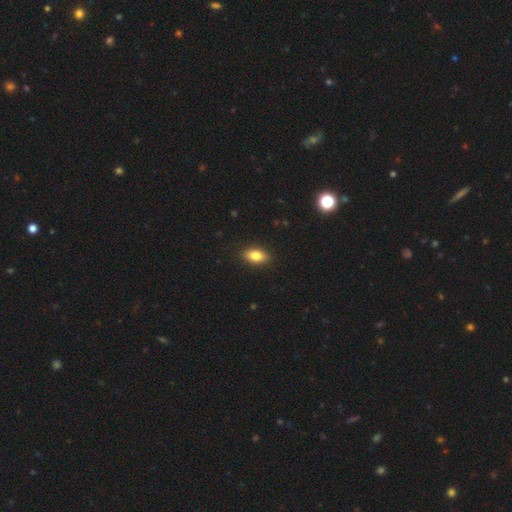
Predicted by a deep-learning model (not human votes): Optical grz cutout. It shows a smooth galaxy with no disk features (81%) that is in between round and cigar-shaped (87%). Merging: none (89%).